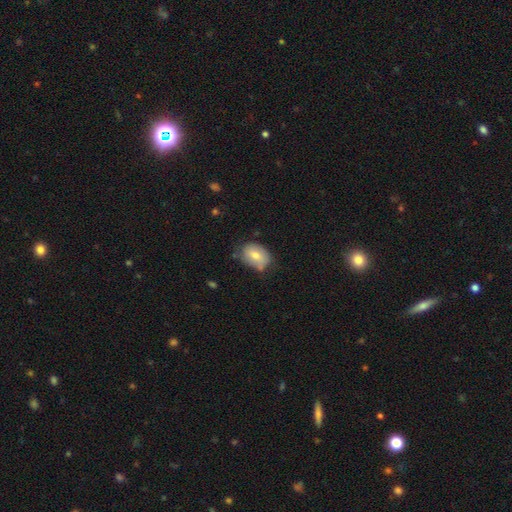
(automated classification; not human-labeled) smooth_or_featured: smooth (p=0.73) [alt: featured or disk p=0.20]
how_rounded: in between (p=0.72) [alt: round p=0.27]
merging: none (p=0.57) [alt: minor disturbance p=0.32]